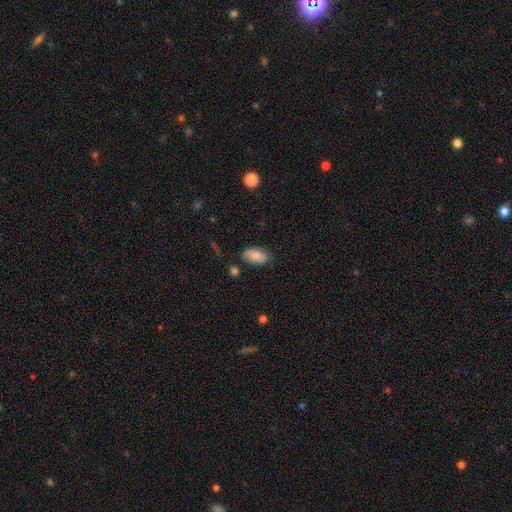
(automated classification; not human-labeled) Q: Smooth or featured?
A: smooth (81%); runner-up: featured or disk (12%)
Q: How rounded?
A: in between (94%); runner-up: round (4%)
Q: Merging?
A: none (77%); runner-up: minor disturbance (17%)